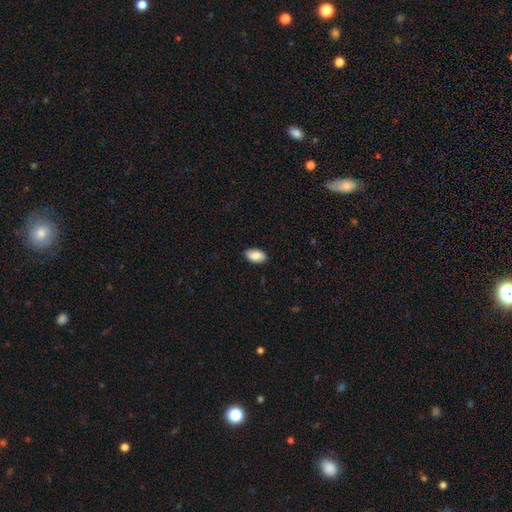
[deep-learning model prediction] A smooth galaxy with no disk features (85%) that is in between round and cigar-shaped (94%).

Vote fractions:
- Smooth or featured? smooth: 85% / featured or disk: 8% / star or artifact: 7%
- How rounded? in between: 94% / round: 5% / cigar-shaped: 2%
- Merging? none: 88% / minor disturbance: 9% / major disturbance: 2% / merger: 1%